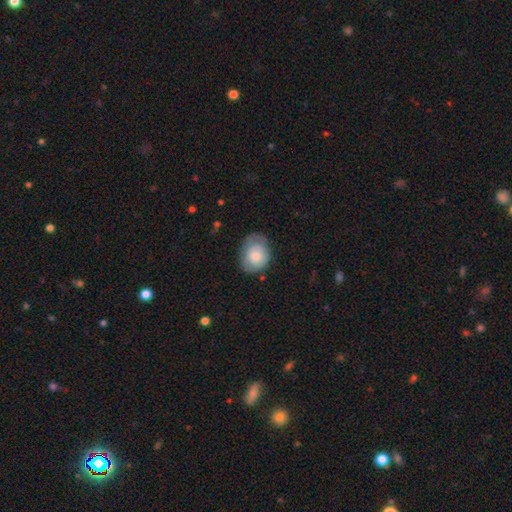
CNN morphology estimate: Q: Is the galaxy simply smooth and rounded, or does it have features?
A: smooth — 70%.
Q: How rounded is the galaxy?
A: in between — 57%.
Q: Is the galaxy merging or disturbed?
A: none — 58%.